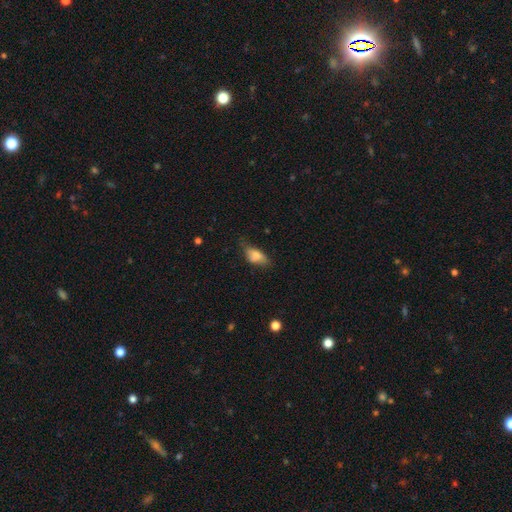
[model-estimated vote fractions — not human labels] Morphology: type=smooth (77%); roundness=in between (87%); merging=none (49%).